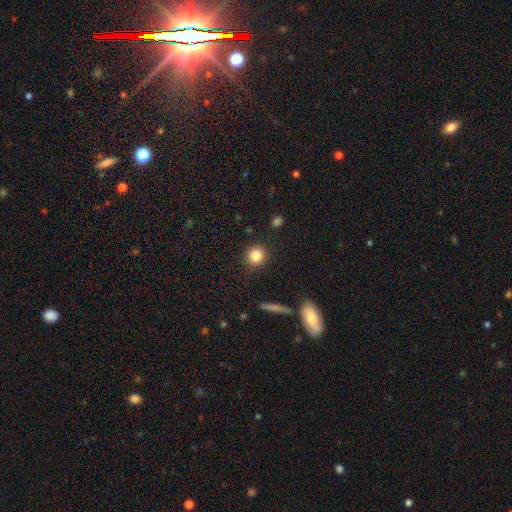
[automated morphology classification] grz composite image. It shows a smooth galaxy with no disk features (83%) that is round (92%). Merging: none (90%).